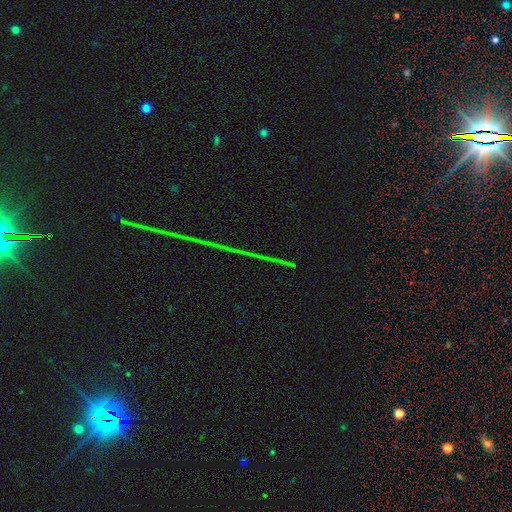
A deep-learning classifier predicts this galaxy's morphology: Smooth or featured?
  - star or artifact: 85% *
  - featured or disk: 8%
  - smooth: 7%